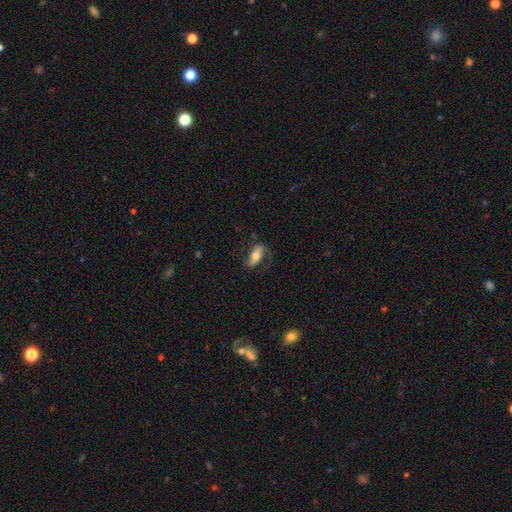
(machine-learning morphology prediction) A featured or disk galaxy (52%). Merging: none (65%).